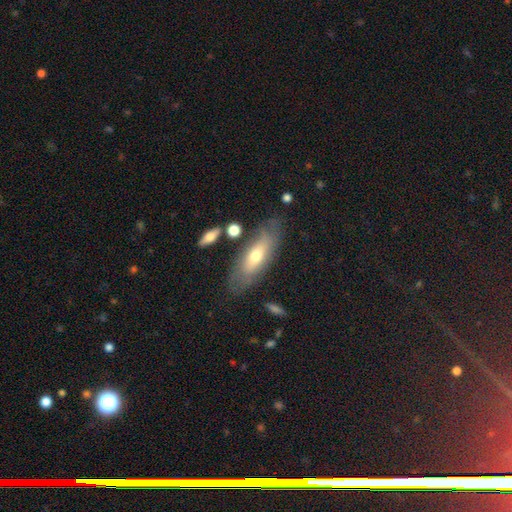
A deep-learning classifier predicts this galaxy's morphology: A smooth galaxy with no disk features (51%) that is in between round and cigar-shaped (63%).

Vote fractions:
- Smooth or featured? smooth: 51% / featured or disk: 43% / star or artifact: 7%
- How rounded? in between: 63% / cigar-shaped: 34% / round: 3%
- Merging? none: 73% / minor disturbance: 17% / major disturbance: 6% / merger: 4%